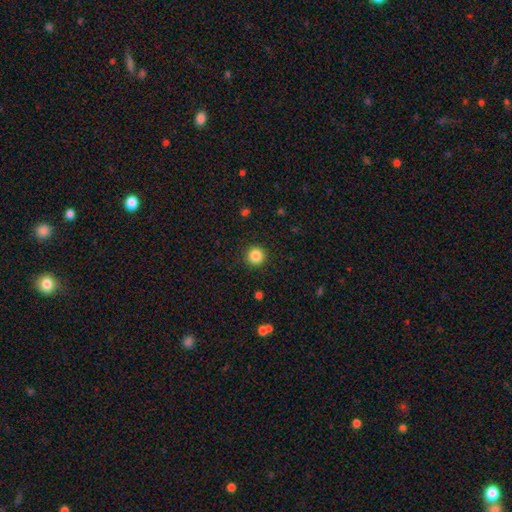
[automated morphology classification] smooth-or-featured: smooth: 85% | star or artifact: 11% | featured or disk: 4%
  how-rounded: round: 95% | in between: 4% | cigar-shaped: 1%
  merging: none: 92% | minor disturbance: 5% | major disturbance: 2% | merger: 1%